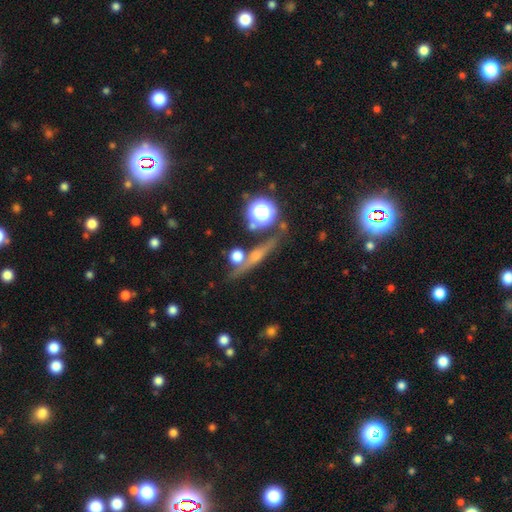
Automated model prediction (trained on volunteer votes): This appears to be a featured or disk galaxy (50%) viewed edge-on (86%). Merging: none (76%).